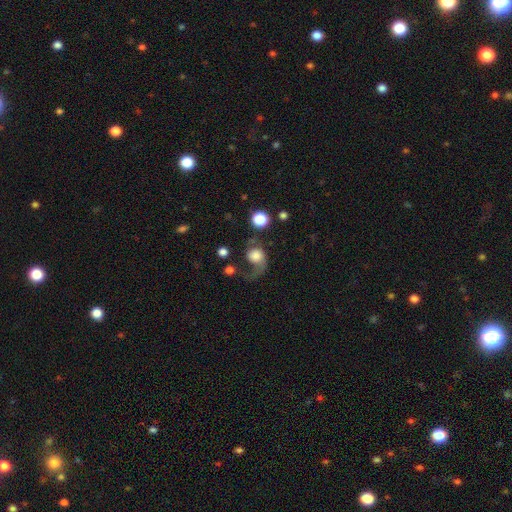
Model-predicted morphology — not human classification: A smooth galaxy with no disk features (52%) that is round (69%).

Vote fractions:
- Smooth or featured? smooth: 52% / featured or disk: 39% / star or artifact: 10%
- How rounded? round: 69% / in between: 30% / cigar-shaped: 1%
- Merging? major disturbance: 51% / none: 26% / minor disturbance: 16% / merger: 7%